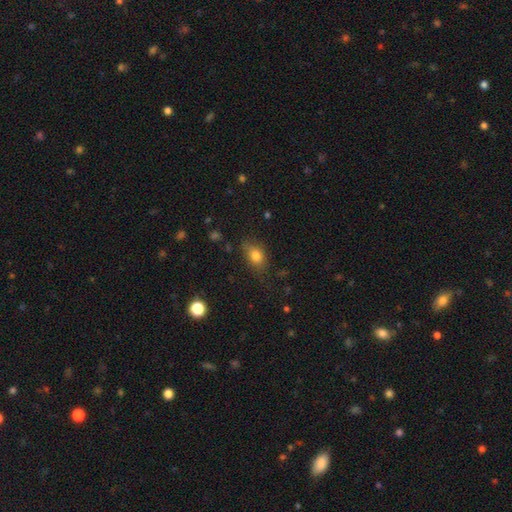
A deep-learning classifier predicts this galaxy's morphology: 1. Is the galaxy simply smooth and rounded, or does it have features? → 79% smooth, 11% star or artifact, 10% featured or disk.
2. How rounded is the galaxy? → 74% in between, 22% round, 3% cigar-shaped.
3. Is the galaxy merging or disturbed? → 71% none, 21% minor disturbance, 6% major disturbance, 2% merger.